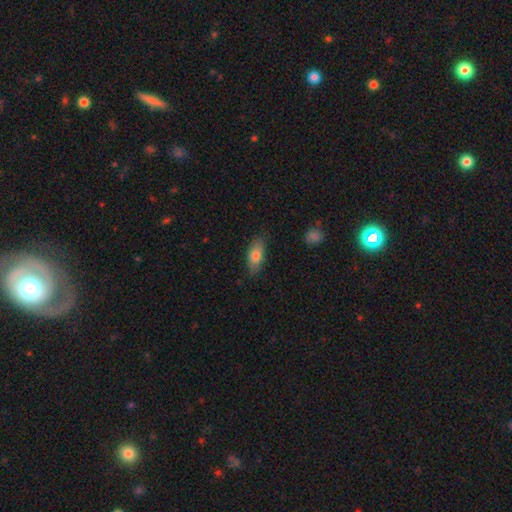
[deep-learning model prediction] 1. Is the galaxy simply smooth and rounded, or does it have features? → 77% smooth, 16% featured or disk, 7% star or artifact.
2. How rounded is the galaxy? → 84% in between, 13% cigar-shaped, 3% round.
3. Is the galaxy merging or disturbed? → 81% none, 15% minor disturbance, 3% major disturbance, 1% merger.